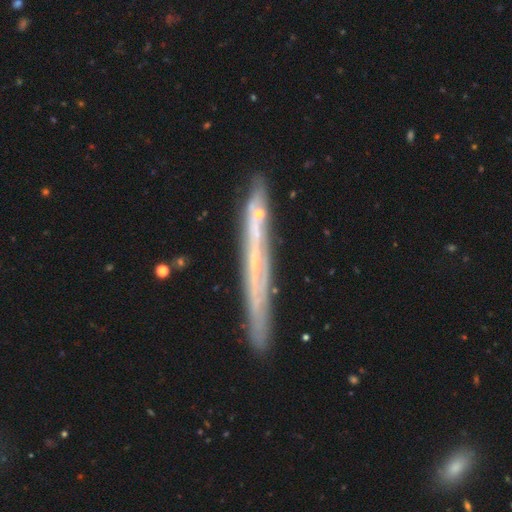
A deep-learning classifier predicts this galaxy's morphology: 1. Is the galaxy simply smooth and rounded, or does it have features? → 60% featured or disk, 31% smooth, 9% star or artifact.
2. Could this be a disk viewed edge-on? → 92% yes, 8% no.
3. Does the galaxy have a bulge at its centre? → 86% none, 10% rounded, 4% boxy.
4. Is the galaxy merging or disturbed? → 82% none, 11% minor disturbance, 4% merger, 3% major disturbance.